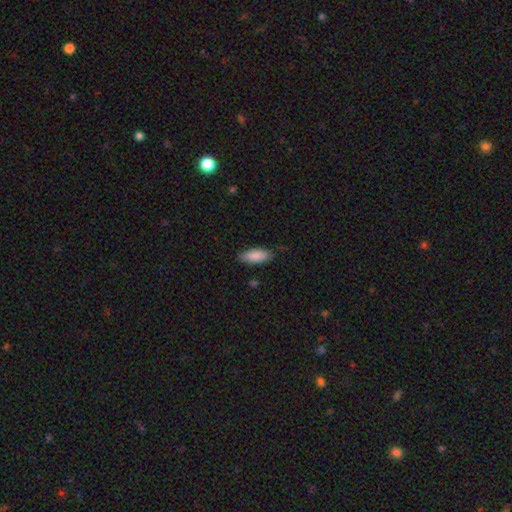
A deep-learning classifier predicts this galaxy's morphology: smooth_or_featured: smooth (p=0.88) [alt: featured or disk p=0.07]
how_rounded: in between (p=0.79) [alt: cigar-shaped p=0.20]
merging: none (p=0.80) [alt: minor disturbance p=0.16]